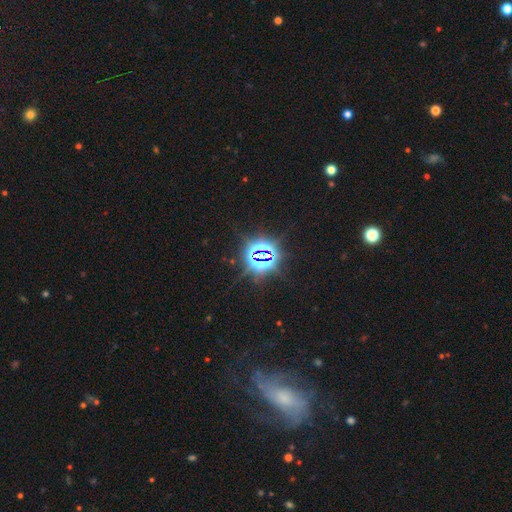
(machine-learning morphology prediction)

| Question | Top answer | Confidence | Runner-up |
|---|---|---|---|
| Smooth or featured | star or artifact | 84% | smooth (9%) |